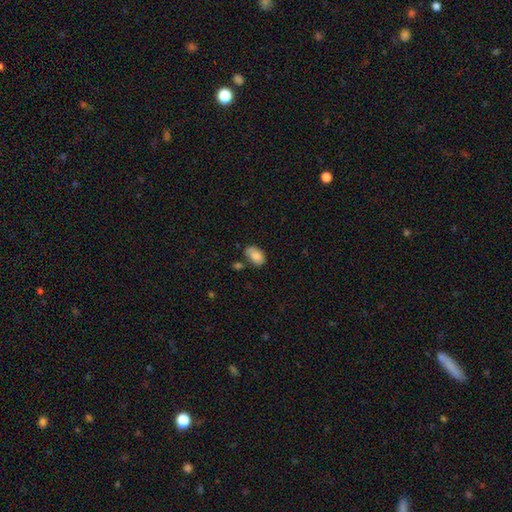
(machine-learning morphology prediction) Smooth or featured? Predicted: smooth (p=0.83). How rounded? Predicted: in between (p=0.90). Merging? Predicted: none (p=0.60).